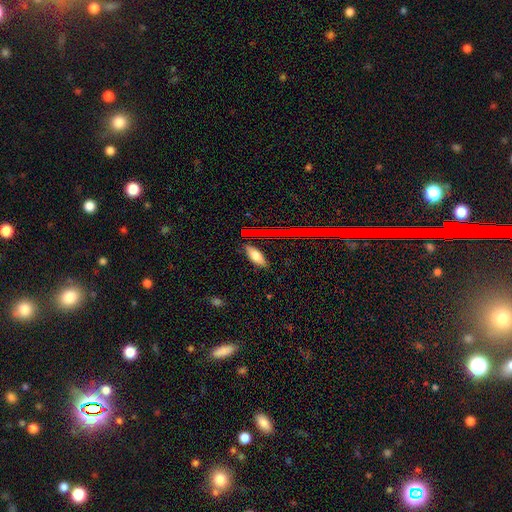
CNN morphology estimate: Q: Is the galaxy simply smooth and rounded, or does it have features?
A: smooth — 68%.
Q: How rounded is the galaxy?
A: in between — 74%.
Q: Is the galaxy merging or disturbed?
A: none — 82%.